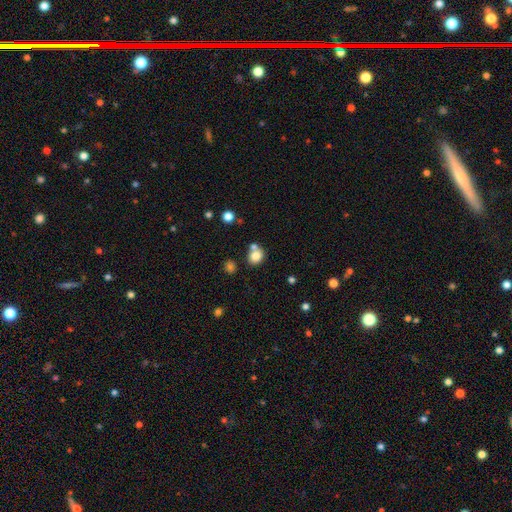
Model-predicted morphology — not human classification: Smooth or featured? smooth (81%)
How rounded? round (62%)
Merging? none (60%)